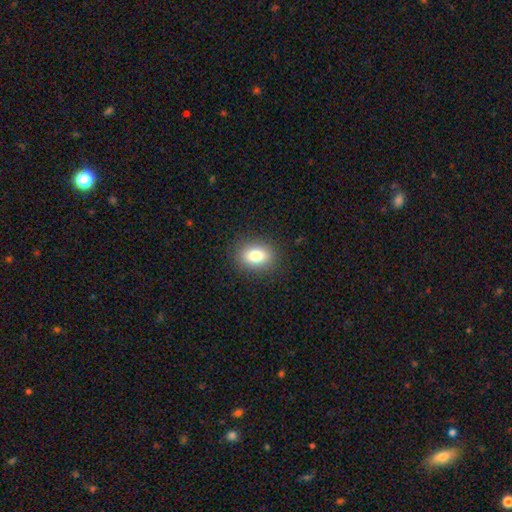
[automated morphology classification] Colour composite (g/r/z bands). It shows a smooth galaxy with no disk features (79%) that is in between round and cigar-shaped (63%). Merging: none (88%).